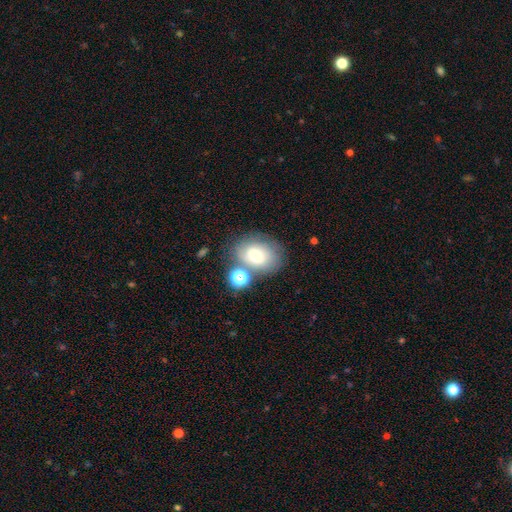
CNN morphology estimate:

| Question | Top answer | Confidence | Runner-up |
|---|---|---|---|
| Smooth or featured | smooth | 57% | featured or disk (29%) |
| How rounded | in between | 61% | round (38%) |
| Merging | none | 57% | merger (18%) |